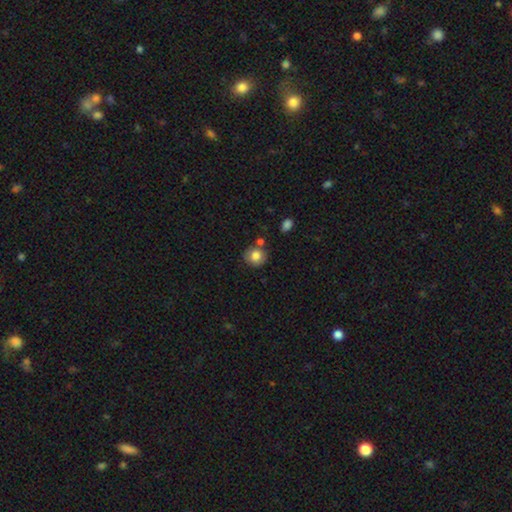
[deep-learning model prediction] Morphology: type=smooth (80%); roundness=round (85%); merging=none (73%).